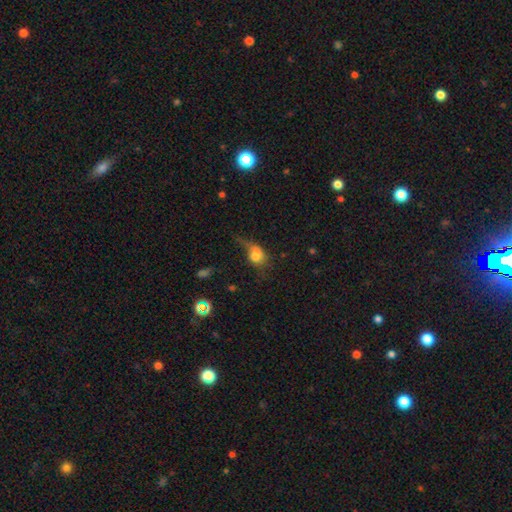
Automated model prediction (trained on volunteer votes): Overall: smooth (65%). How rounded: round (49%; in between 48%). Merging: major disturbance (38%; none 24%).